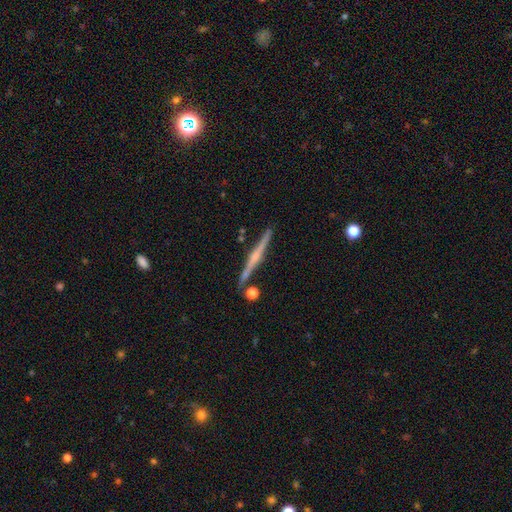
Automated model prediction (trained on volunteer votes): smooth_or_featured: featured or disk (p=0.75) [alt: smooth p=0.19]
disk_edge_on: yes (p=0.98) [alt: no p=0.02]
edge_on_bulge: rounded (p=0.71) [alt: none p=0.17]
merging: none (p=0.86) [alt: minor disturbance p=0.08]